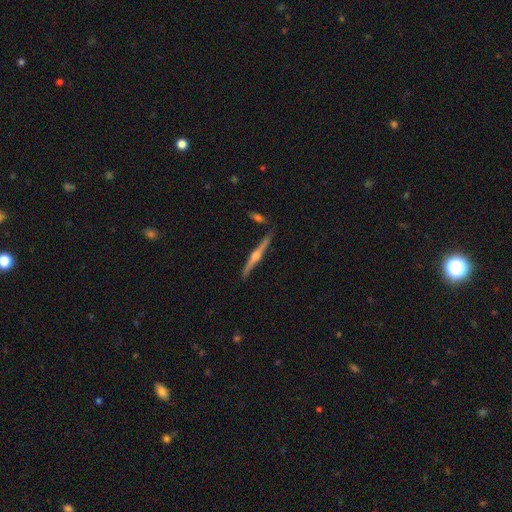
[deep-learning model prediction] smooth-or-featured: featured or disk: 80% | smooth: 15% | star or artifact: 5%
  disk-edge-on: yes: 98% | no: 2%
    edge-on-bulge: rounded: 91% | boxy: 5% | none: 5%
  merging: none: 88% | minor disturbance: 7% | merger: 3% | major disturbance: 2%